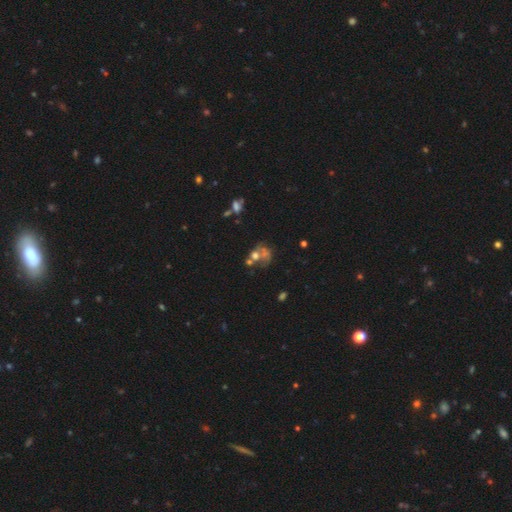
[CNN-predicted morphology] This is marginally a featured or disk galaxy (41%). Merging: marginally merger (39%).